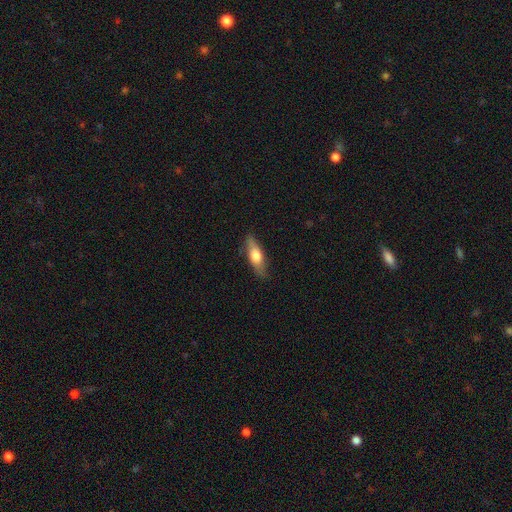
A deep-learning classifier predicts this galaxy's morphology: smooth-or-featured: smooth: 59% | featured or disk: 35% | star or artifact: 6%
  how-rounded: in between: 50% | cigar-shaped: 46% | round: 3%
  merging: none: 82% | minor disturbance: 14% | major disturbance: 3% | merger: 1%